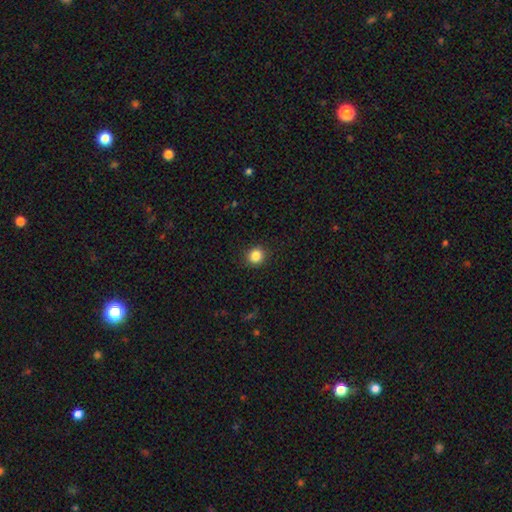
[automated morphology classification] smooth_or_featured: smooth (p=0.85) [alt: star or artifact p=0.11]
how_rounded: round (p=0.85) [alt: in between p=0.14]
merging: none (p=0.90) [alt: minor disturbance p=0.07]